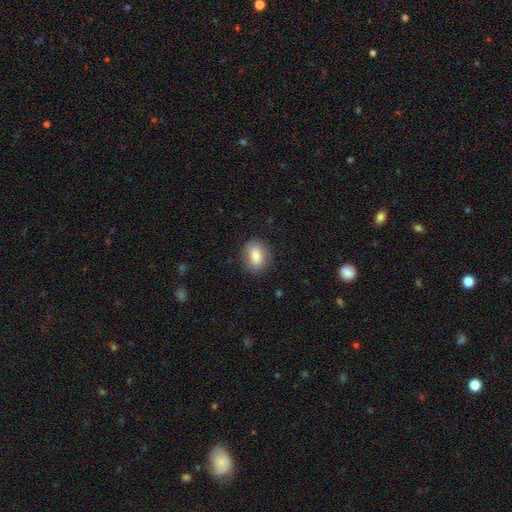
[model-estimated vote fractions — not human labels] The model was most divided on "how rounded": in between: 68%, round: 31%, cigar-shaped: 2%. More confident: merging — none (79%); smooth or featured — smooth (75%).